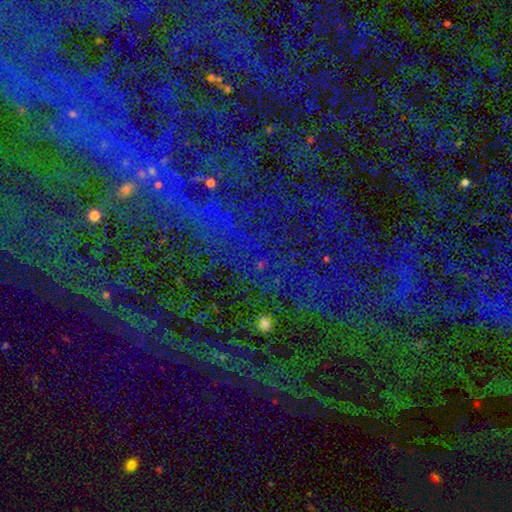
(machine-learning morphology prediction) type=star or artifact (81%).